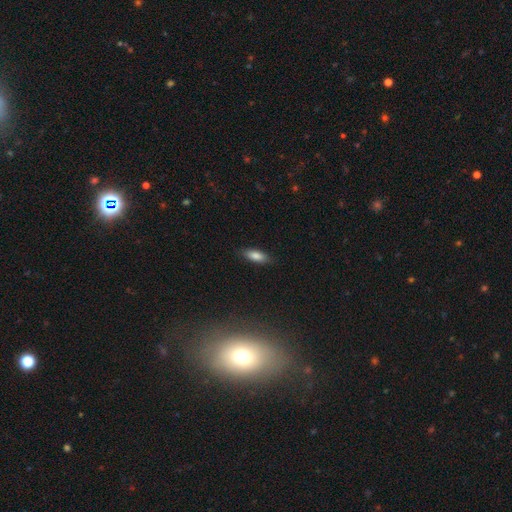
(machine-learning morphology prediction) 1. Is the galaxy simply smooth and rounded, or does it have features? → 83% smooth, 10% featured or disk, 7% star or artifact.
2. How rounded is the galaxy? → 73% in between, 25% cigar-shaped, 2% round.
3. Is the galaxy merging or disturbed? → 85% none, 11% minor disturbance, 2% major disturbance, 1% merger.